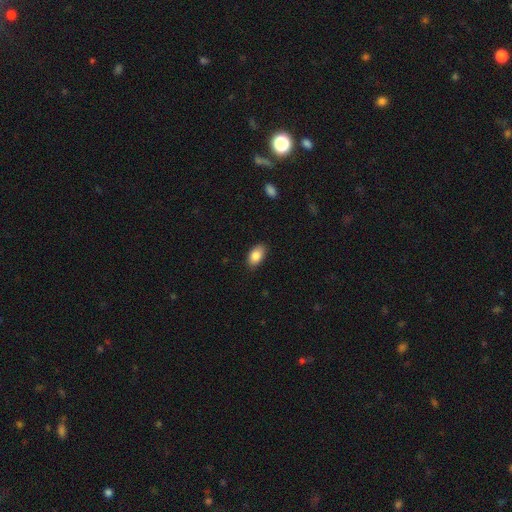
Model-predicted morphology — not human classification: Smooth or featured? smooth (86%)
How rounded? in between (93%)
Merging? none (85%)